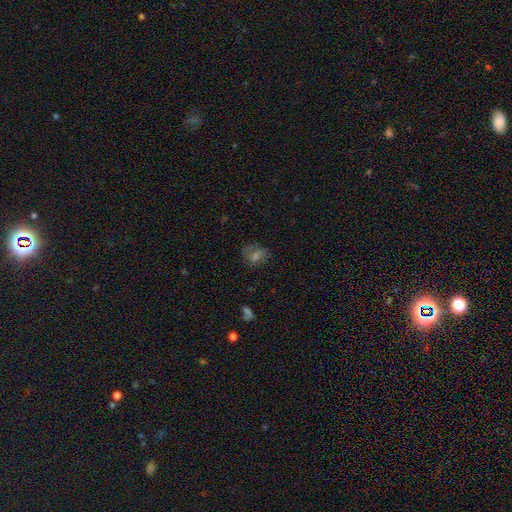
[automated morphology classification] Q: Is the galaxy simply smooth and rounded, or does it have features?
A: smooth — 45%.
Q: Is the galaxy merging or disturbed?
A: none — 69%.